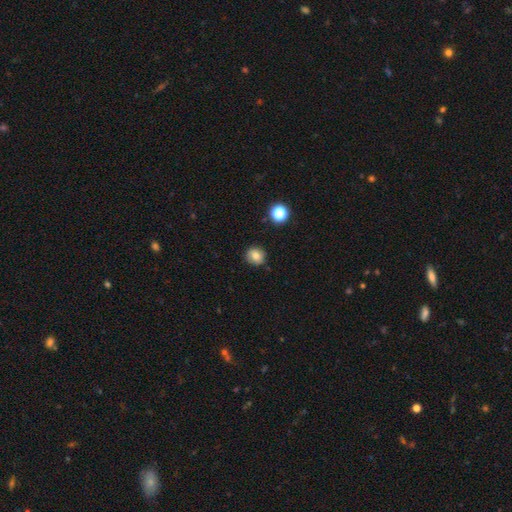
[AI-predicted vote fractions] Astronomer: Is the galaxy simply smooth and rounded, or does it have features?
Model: smooth — 79%.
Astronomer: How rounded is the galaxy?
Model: round — 87%.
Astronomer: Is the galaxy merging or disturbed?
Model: none — 85%.